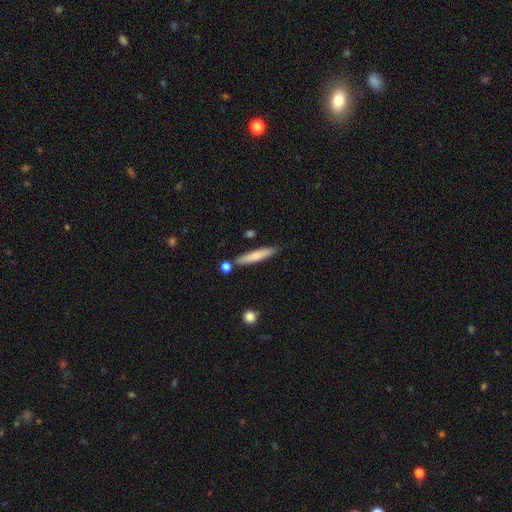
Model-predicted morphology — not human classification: Smooth or featured? smooth (71%)
How rounded? cigar-shaped (91%)
Merging? none (81%)